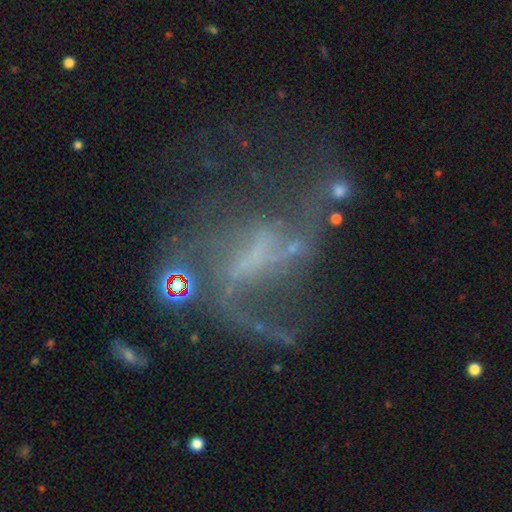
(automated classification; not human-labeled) Q: Smooth or featured?
A: featured or disk (75%); runner-up: star or artifact (16%)
Q: Edge-on disk?
A: no (96%); runner-up: yes (4%)
Q: Bar?
A: weak (38%); runner-up: strong (31%)
Q: Spiral arms?
A: yes (73%); runner-up: no (27%)
Q: Spiral winding?
A: loose (69%); runner-up: medium (24%)
Q: Spiral arm count?
A: 2 (37%); runner-up: can't tell (23%)
Q: Bulge size?
A: none (62%); runner-up: small (22%)
Q: Merging?
A: major disturbance (41%); runner-up: none (35%)